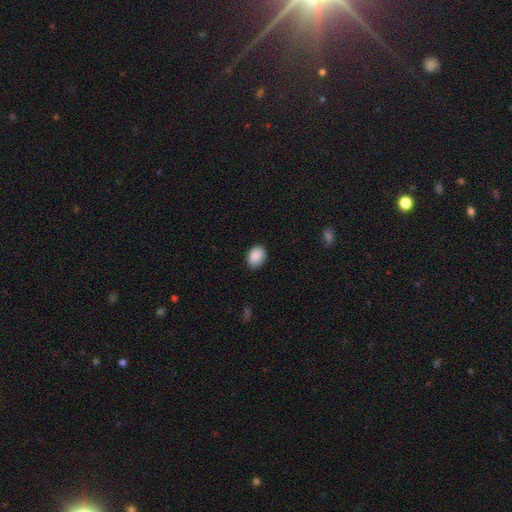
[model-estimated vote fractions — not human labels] Morphology: type=smooth (90%); roundness=in between (71%); merging=none (81%).